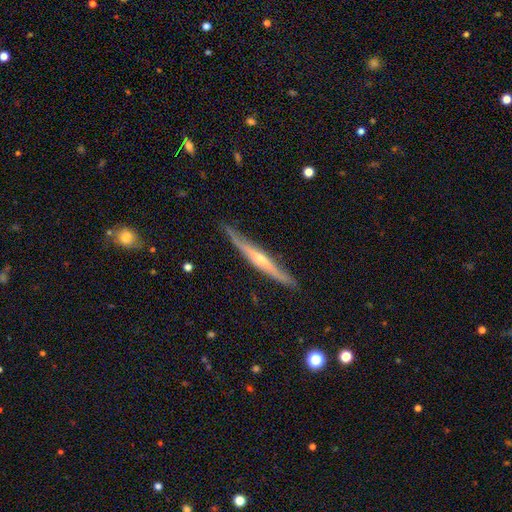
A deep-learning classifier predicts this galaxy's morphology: A featured or disk galaxy (74%) viewed edge-on (97%) with a rounded central bulge (74%). Merging: none (86%).